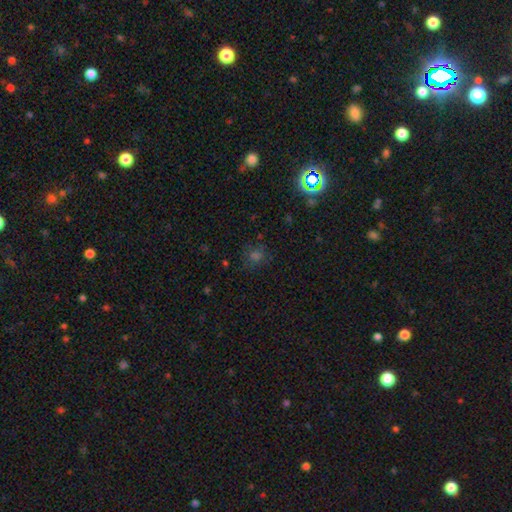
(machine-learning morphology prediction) Q: Smooth or featured?
A: smooth (45%); runner-up: star or artifact (44%)
Q: Merging?
A: none (81%); runner-up: minor disturbance (12%)